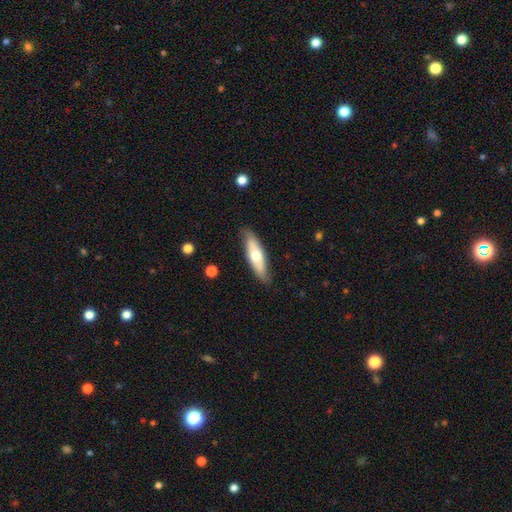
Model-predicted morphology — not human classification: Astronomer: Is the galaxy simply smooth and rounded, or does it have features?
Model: smooth — 54% (runner-up: featured or disk, 41%).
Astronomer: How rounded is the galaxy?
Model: cigar-shaped — 51% (runner-up: in between, 47%).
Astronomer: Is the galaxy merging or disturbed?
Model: none — 84%.